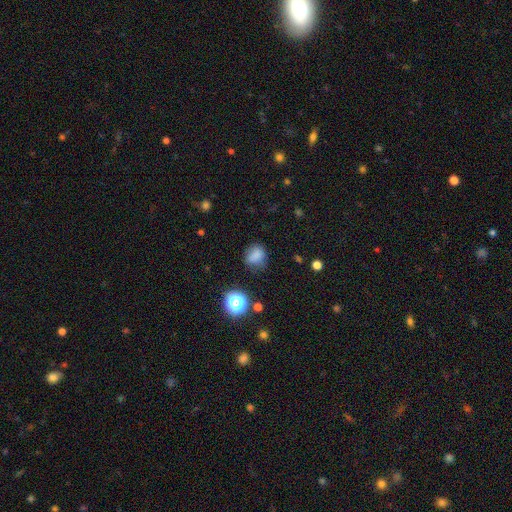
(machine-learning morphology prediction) Overall: smooth (77%). How rounded: round (56%; in between 43%). Merging: none (62%; minor disturbance 25%).